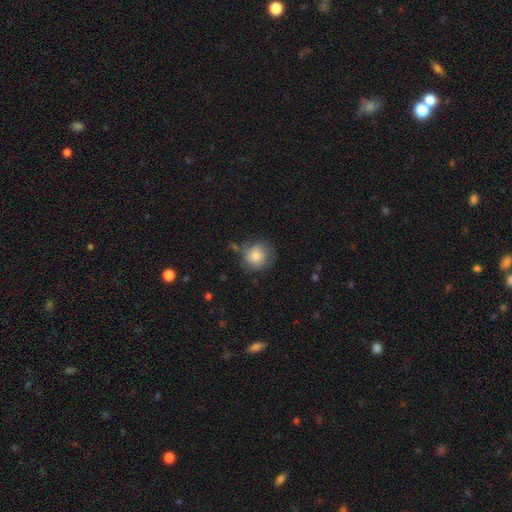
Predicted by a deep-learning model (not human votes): This appears to be a smooth galaxy with no disk features (77%) that is round (89%). Merging: none (62%).